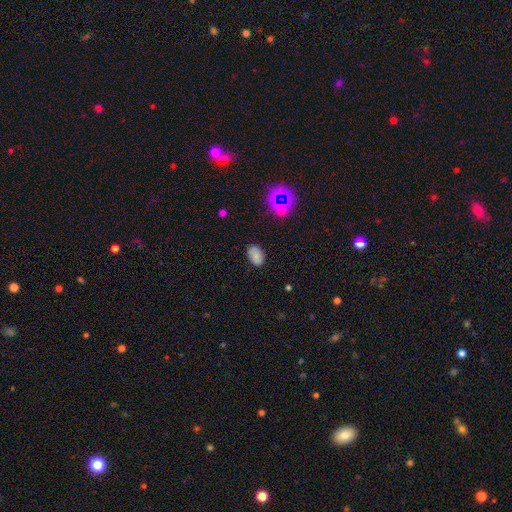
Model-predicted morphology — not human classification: Smooth or featured? Predicted: smooth (p=0.75). How rounded? Predicted: in between (p=0.83). Merging? Predicted: none (p=0.79).